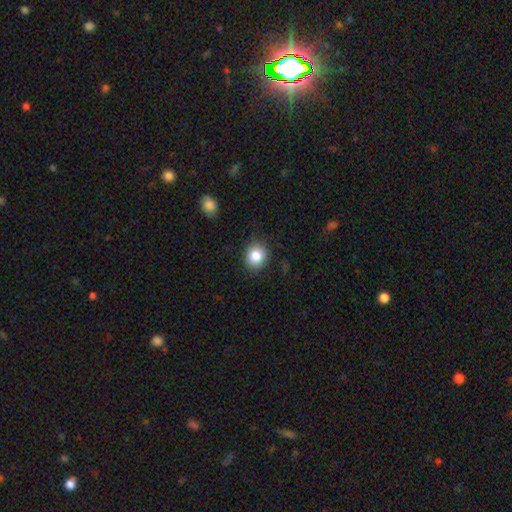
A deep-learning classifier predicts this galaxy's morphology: Q: Smooth or featured?
A: smooth (83%); runner-up: star or artifact (10%)
Q: How rounded?
A: round (77%); runner-up: in between (22%)
Q: Merging?
A: none (87%); runner-up: minor disturbance (9%)